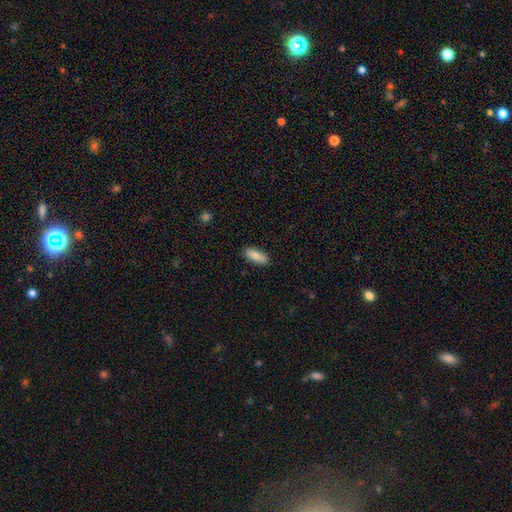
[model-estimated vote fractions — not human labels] Q: Smooth or featured?
A: smooth (80%); runner-up: featured or disk (14%)
Q: How rounded?
A: in between (75%); runner-up: cigar-shaped (22%)
Q: Merging?
A: none (88%); runner-up: minor disturbance (9%)